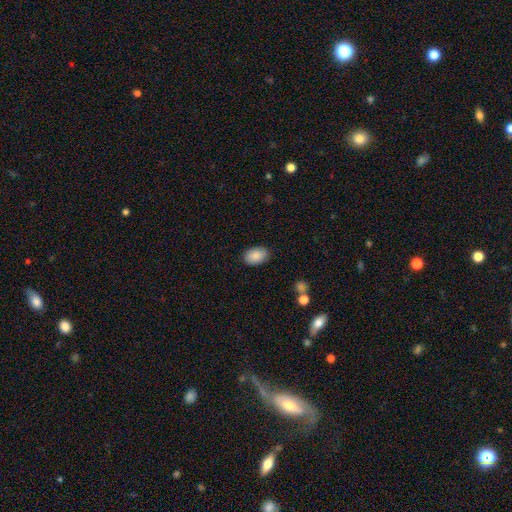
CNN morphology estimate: A smooth galaxy with no disk features (88%) that is in between round and cigar-shaped (87%).

Vote fractions:
- Smooth or featured? smooth: 88% / star or artifact: 7% / featured or disk: 6%
- How rounded? in between: 87% / round: 12% / cigar-shaped: 1%
- Merging? none: 86% / minor disturbance: 10% / major disturbance: 2% / merger: 1%